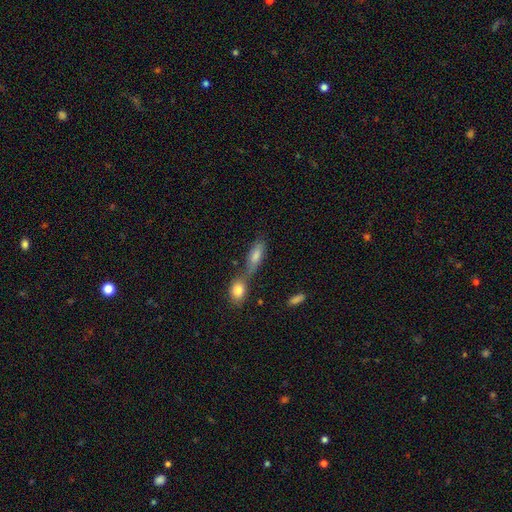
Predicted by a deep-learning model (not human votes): Smooth or featured? Predicted: smooth (p=0.77). How rounded? Predicted: in between (p=0.70). Merging? Predicted: merger (p=0.49).